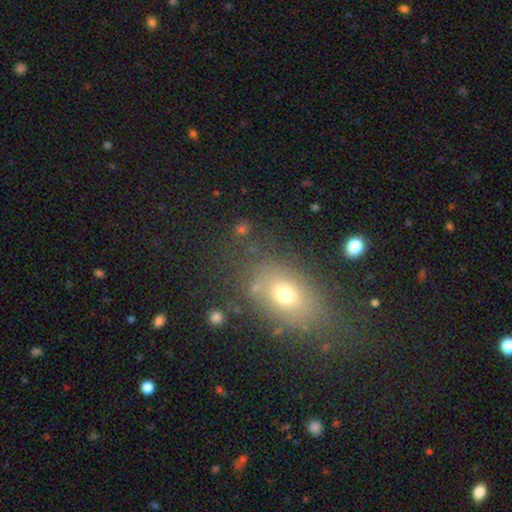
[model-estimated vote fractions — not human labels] Q: Smooth or featured?
A: smooth (62%); runner-up: star or artifact (22%)
Q: How rounded?
A: in between (73%); runner-up: round (23%)
Q: Merging?
A: none (76%); runner-up: minor disturbance (14%)